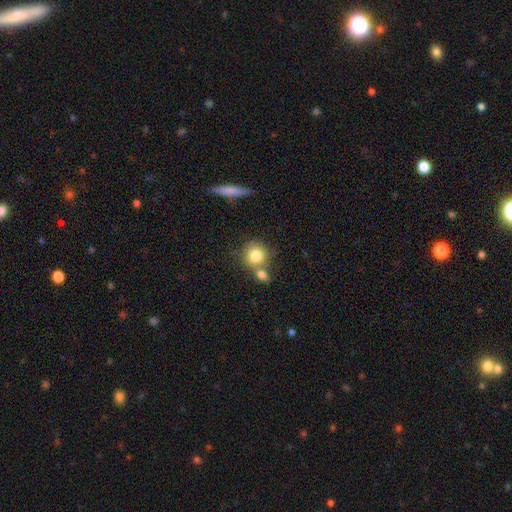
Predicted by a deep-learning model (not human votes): This is clearly a smooth galaxy (81%). How rounded: clearly round (84%). Merging: possibly none (52%).